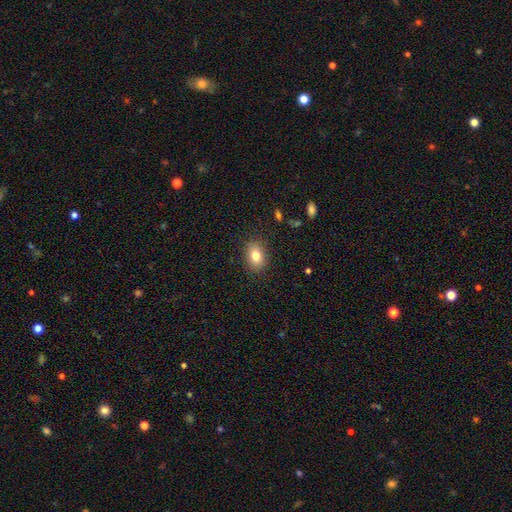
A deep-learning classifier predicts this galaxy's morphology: Smooth or featured? smooth (81%)
How rounded? in between (72%)
Merging? none (87%)